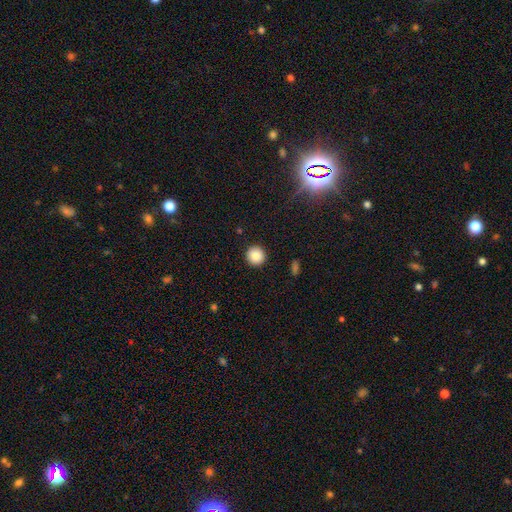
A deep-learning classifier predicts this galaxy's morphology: A smooth galaxy with no disk features (87%) that is round (95%). Merging: none (93%).